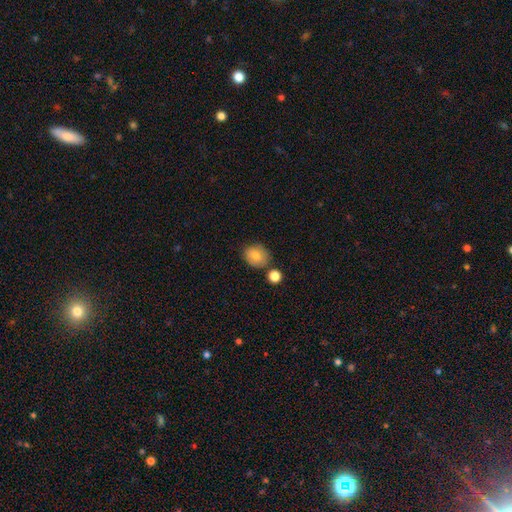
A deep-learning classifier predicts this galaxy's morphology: Smooth or featured?
  - smooth: 81% *
  - featured or disk: 10%
  - star or artifact: 9%
How rounded?
  - round: 61% *
  - in between: 38%
  - cigar-shaped: 1%
Merging?
  - none: 74% *
  - minor disturbance: 13%
  - merger: 10%
  - major disturbance: 3%